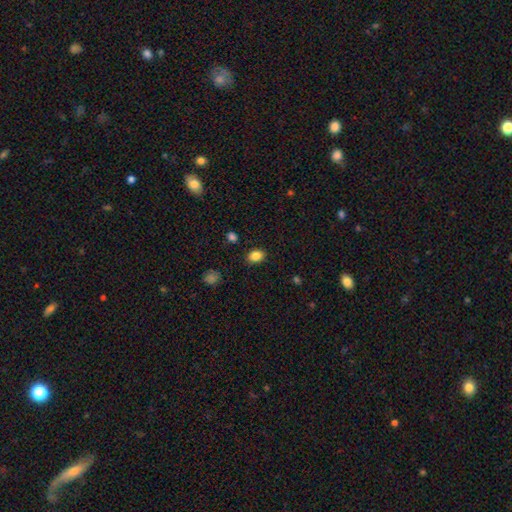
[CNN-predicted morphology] A smooth galaxy with no disk features (85%) that is in between round and cigar-shaped (69%). Merging: none (87%).